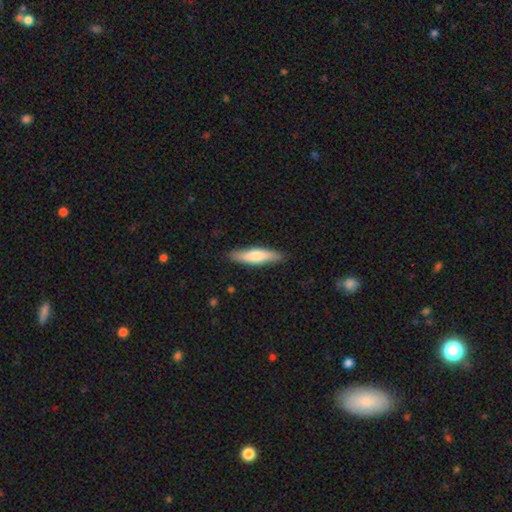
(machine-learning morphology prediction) smooth-or-featured: smooth: 68% | featured or disk: 27% | star or artifact: 5%
  how-rounded: cigar-shaped: 73% | in between: 25% | round: 2%
  merging: none: 86% | minor disturbance: 11% | major disturbance: 2% | merger: 1%